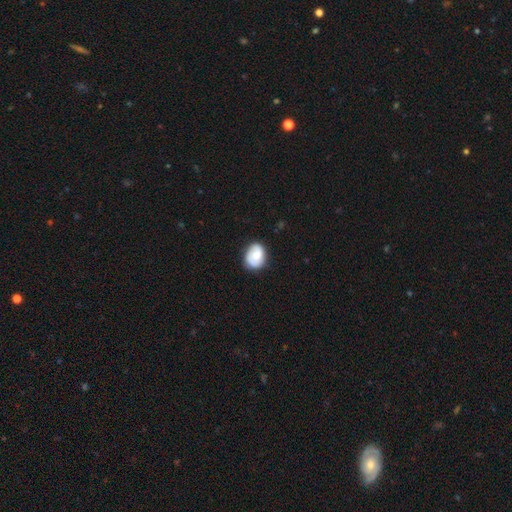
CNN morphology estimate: smooth-or-featured: smooth: 54% | featured or disk: 39% | star or artifact: 7%
  how-rounded: in between: 53% | round: 46% | cigar-shaped: 1%
  merging: none: 77% | minor disturbance: 18% | major disturbance: 4% | merger: 1%